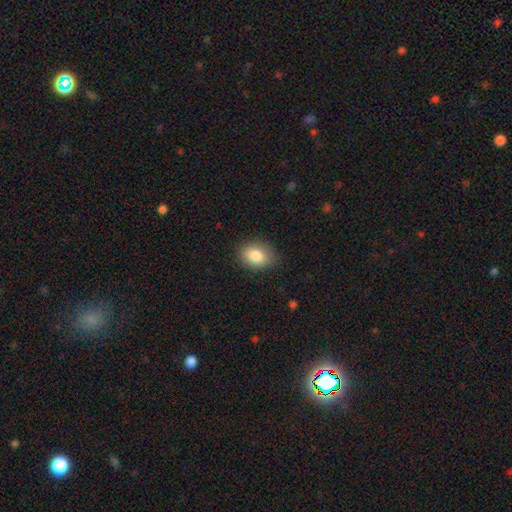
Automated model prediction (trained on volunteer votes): This appears to be a smooth galaxy with no disk features (85%) that is in between round and cigar-shaped (67%). Merging: none (83%).